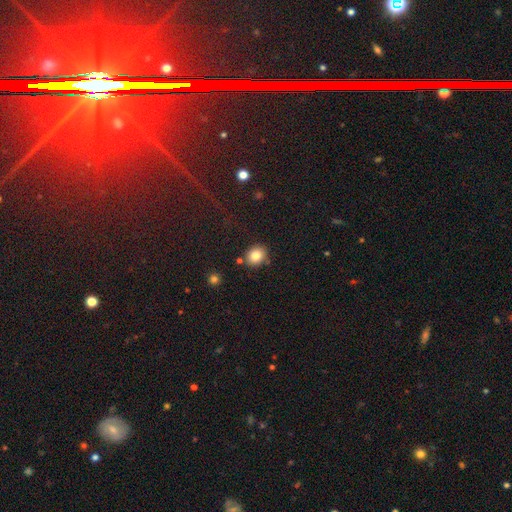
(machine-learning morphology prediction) Smooth or featured? smooth (82%)
How rounded? round (58%)
Merging? none (80%)